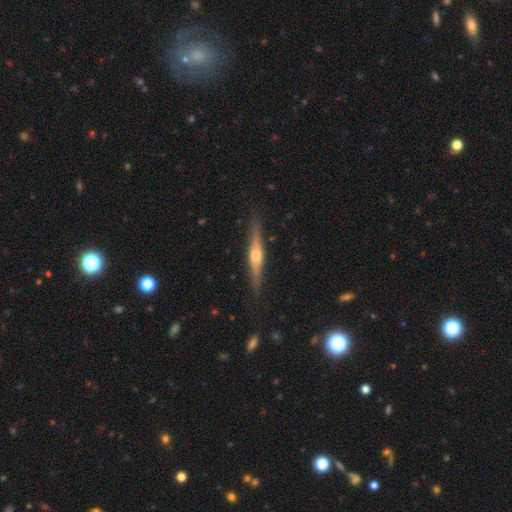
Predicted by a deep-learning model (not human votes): Q: Smooth or featured?
A: featured or disk (73%); runner-up: smooth (21%)
Q: Edge-on disk?
A: yes (98%); runner-up: no (2%)
Q: Edge-on bulge?
A: rounded (87%); runner-up: boxy (8%)
Q: Merging?
A: none (89%); runner-up: minor disturbance (8%)